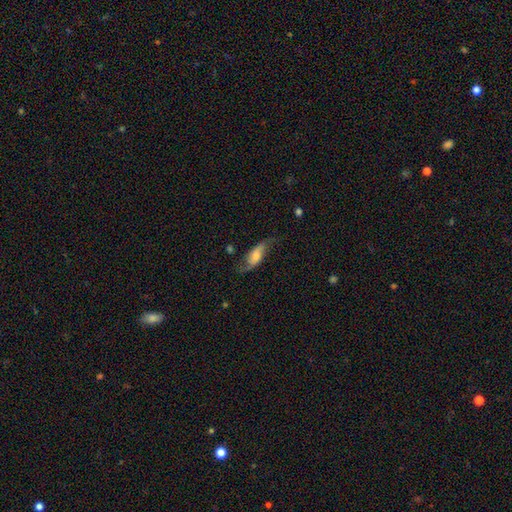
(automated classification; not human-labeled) Smooth or featured? featured or disk (65%)
Edge-on disk? no (86%)
Bar? no (57%)
Spiral arms? yes (91%)
Spiral winding? loose (73%)
Spiral arm count? 2 (88%)
Bulge size? moderate (45%)
Merging? none (63%)